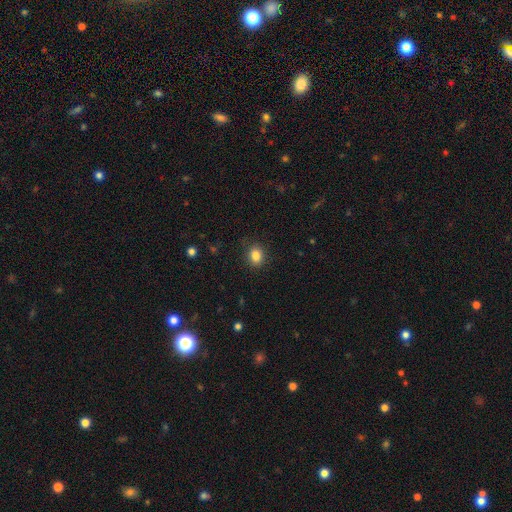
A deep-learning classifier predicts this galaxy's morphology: A smooth galaxy with no disk features (84%) that is round (55%). Merging: none (87%).